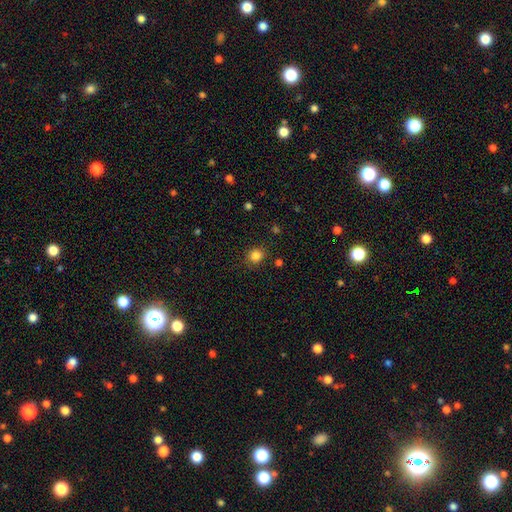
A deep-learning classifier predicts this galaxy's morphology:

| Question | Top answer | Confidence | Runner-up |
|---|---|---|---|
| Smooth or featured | smooth | 84% | star or artifact (12%) |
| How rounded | round | 83% | in between (16%) |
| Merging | none | 86% | minor disturbance (9%) |